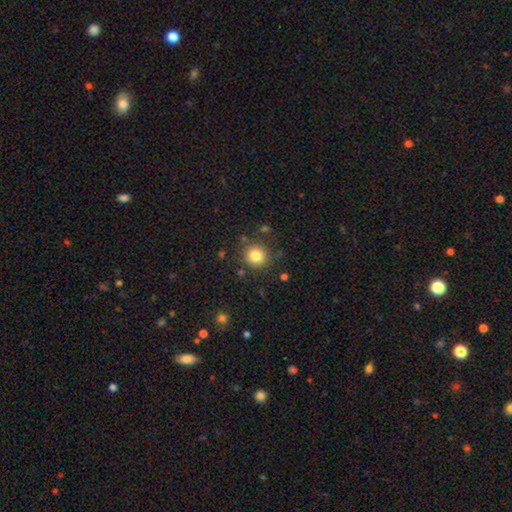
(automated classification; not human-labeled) Smooth or featured? Predicted: smooth (p=0.82). How rounded? Predicted: round (p=0.92). Merging? Predicted: none (p=0.85).